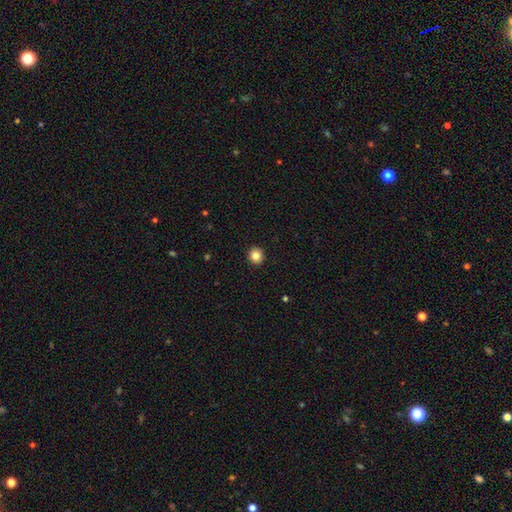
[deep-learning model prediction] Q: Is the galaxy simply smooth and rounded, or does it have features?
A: smooth — 84%.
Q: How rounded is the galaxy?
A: round — 85%.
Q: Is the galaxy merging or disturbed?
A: none — 93%.